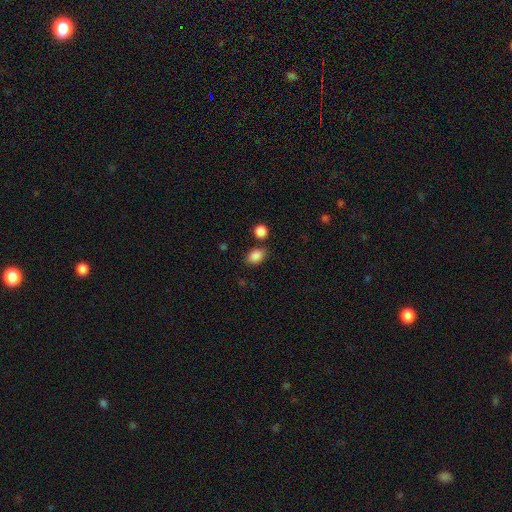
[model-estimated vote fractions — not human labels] A smooth galaxy with no disk features (87%) that is in between round and cigar-shaped (74%).

Vote fractions:
- Smooth or featured? smooth: 87% / star or artifact: 9% / featured or disk: 4%
- How rounded? in between: 74% / round: 25% / cigar-shaped: 1%
- Merging? none: 73% / minor disturbance: 13% / merger: 10% / major disturbance: 4%